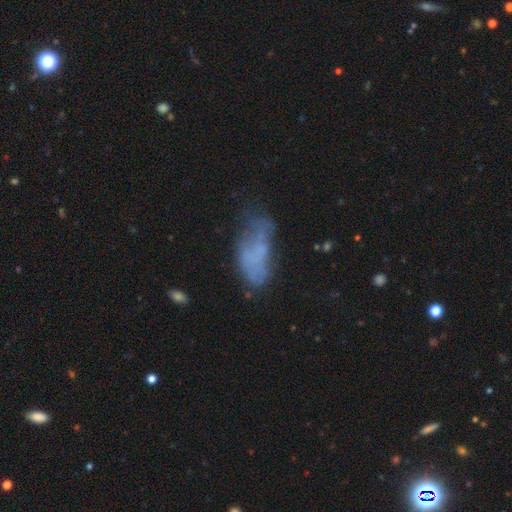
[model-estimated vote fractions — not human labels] Overall: smooth (50%; featured or disk 38%). Merging: none (37%; minor disturbance 30%).